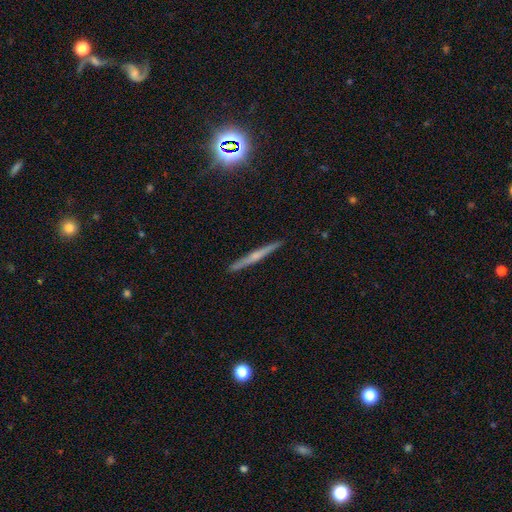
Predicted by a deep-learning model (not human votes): Smooth or featured? featured or disk (62%)
Edge-on disk? yes (98%)
Edge-on bulge? rounded (59%)
Merging? none (91%)